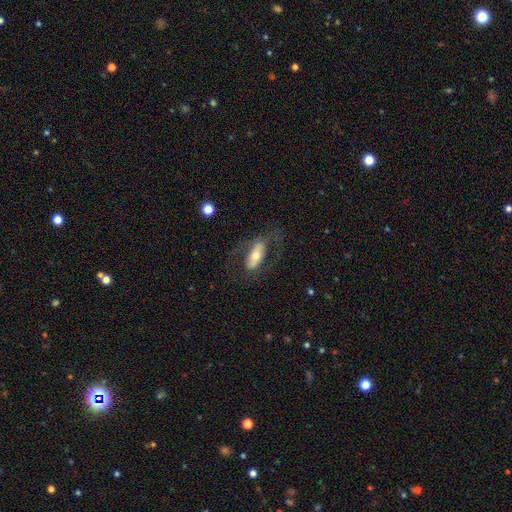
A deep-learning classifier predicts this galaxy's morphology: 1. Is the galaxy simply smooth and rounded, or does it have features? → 52% featured or disk, 42% smooth, 7% star or artifact.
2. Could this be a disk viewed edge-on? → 82% no, 18% yes.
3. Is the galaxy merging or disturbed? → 66% none, 17% major disturbance, 15% minor disturbance, 2% merger.